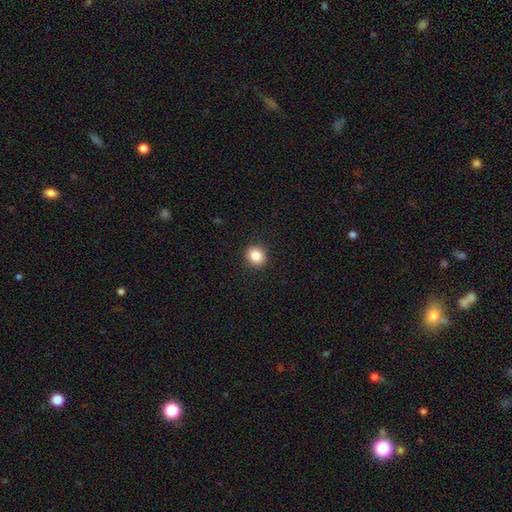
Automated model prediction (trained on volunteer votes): Morphology: type=smooth (85%); roundness=round (80%); merging=none (92%).